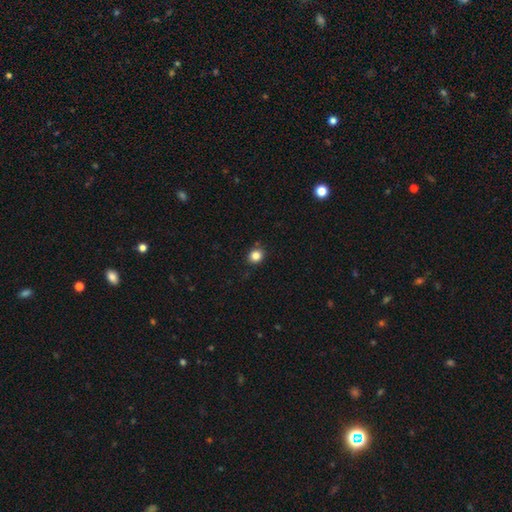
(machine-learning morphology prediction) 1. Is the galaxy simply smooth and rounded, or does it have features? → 84% smooth, 11% star or artifact, 5% featured or disk.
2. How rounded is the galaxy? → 76% round, 23% in between, 1% cigar-shaped.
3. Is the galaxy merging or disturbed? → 86% none, 9% minor disturbance, 2% major disturbance, 2% merger.